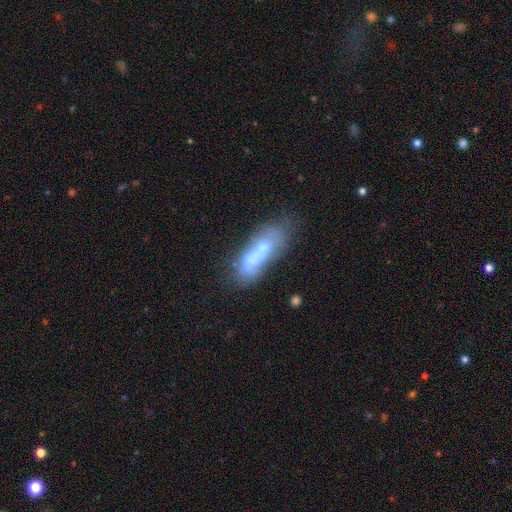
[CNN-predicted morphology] type=smooth (56%); roundness=in between (54%); merging=none (38%).